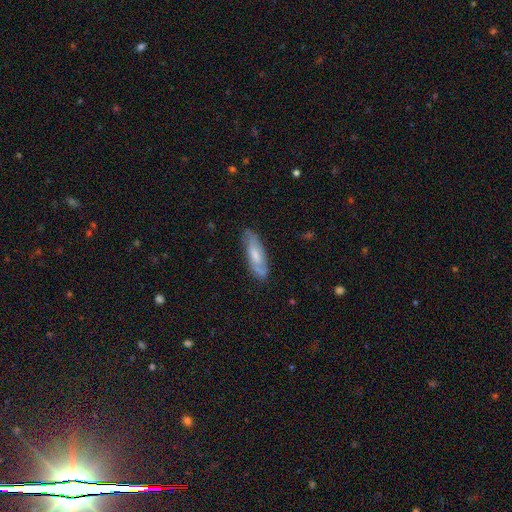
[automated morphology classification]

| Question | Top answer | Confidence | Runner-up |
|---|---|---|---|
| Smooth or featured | smooth | 50% | featured or disk (43%) |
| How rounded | in between | 51% | cigar-shaped (47%) |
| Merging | none | 75% | minor disturbance (19%) |